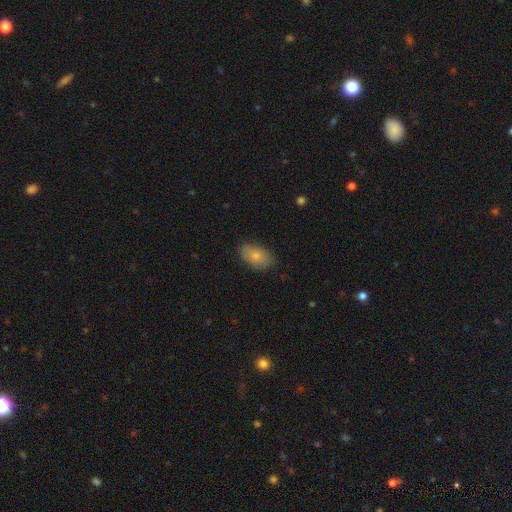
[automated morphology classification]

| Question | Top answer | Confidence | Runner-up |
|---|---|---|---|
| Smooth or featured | smooth | 81% | featured or disk (12%) |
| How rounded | in between | 91% | round (7%) |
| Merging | none | 81% | minor disturbance (15%) |